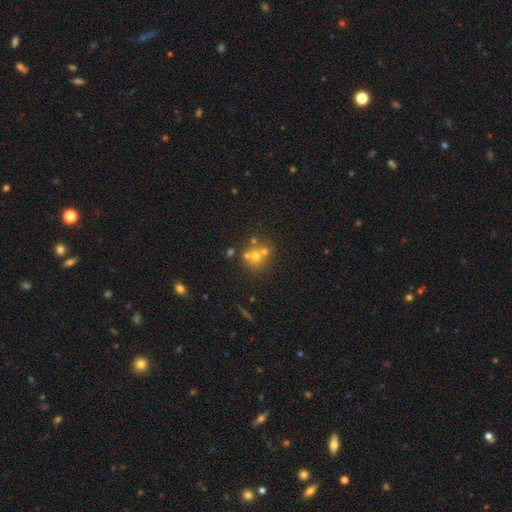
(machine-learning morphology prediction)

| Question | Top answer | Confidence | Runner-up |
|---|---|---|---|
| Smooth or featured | smooth | 50% | featured or disk (26%) |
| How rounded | round | 82% | in between (17%) |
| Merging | none | 47% | merger (41%) |